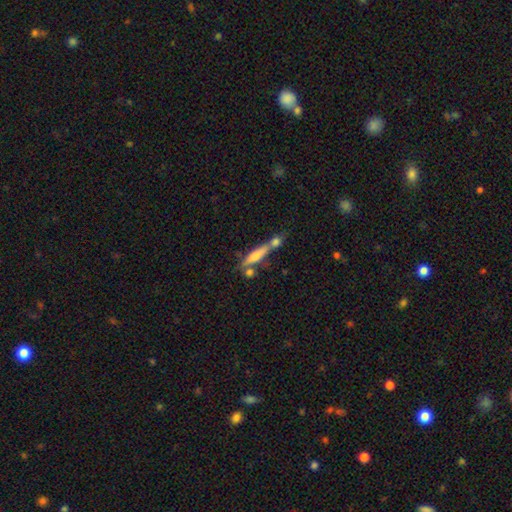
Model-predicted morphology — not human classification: Smooth or featured: smooth — 47% (featured or disk — 44%)
Merging: none — 47% (merger — 35%)